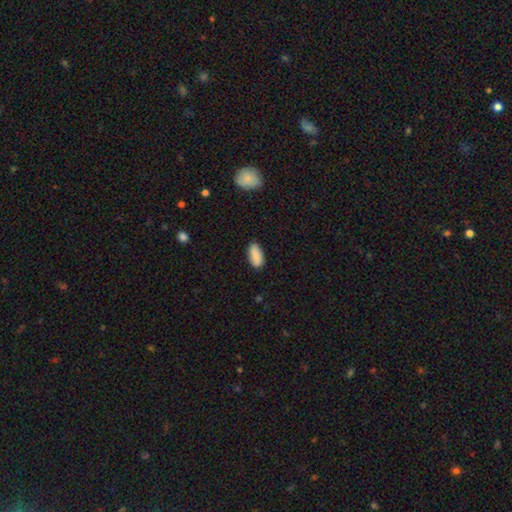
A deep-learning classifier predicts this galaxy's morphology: smooth 89%, star or artifact 7%, featured or disk 4%. Down the decision tree: how rounded — in between (89%); merging — none (84%).